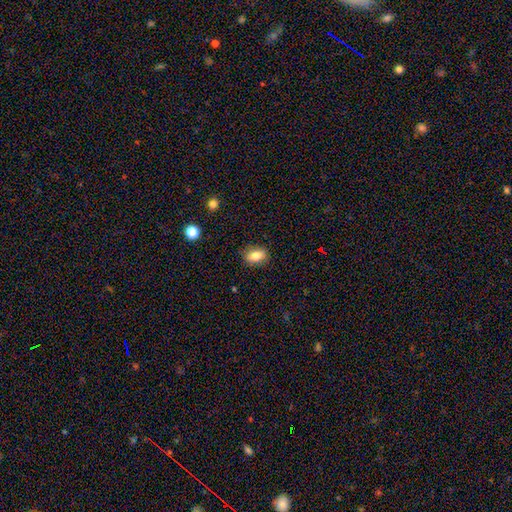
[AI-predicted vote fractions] This is clearly a smooth galaxy (80%). How rounded: likely in between (80%). Merging: clearly none (86%).